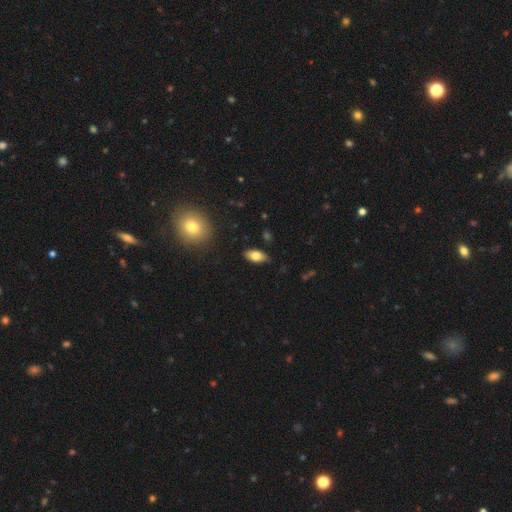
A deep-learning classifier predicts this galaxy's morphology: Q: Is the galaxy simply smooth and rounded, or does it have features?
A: smooth — 75%.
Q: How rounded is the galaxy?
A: in between — 89%.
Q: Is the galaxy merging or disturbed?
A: none — 83%.